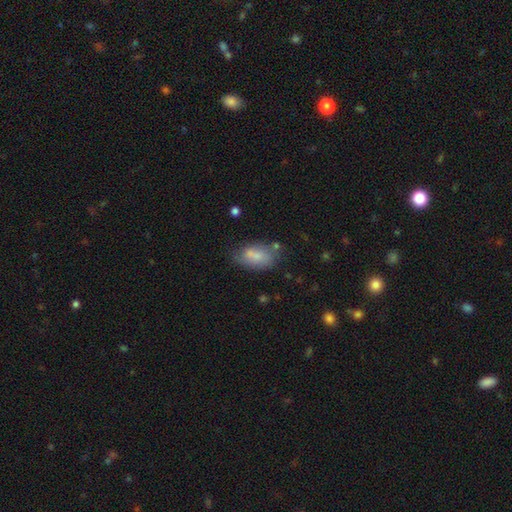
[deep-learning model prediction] The model was most divided on "merging": none: 59%, minor disturbance: 26%, major disturbance: 8%, merger: 7%. More confident: how rounded — in between (91%); smooth or featured — smooth (76%).